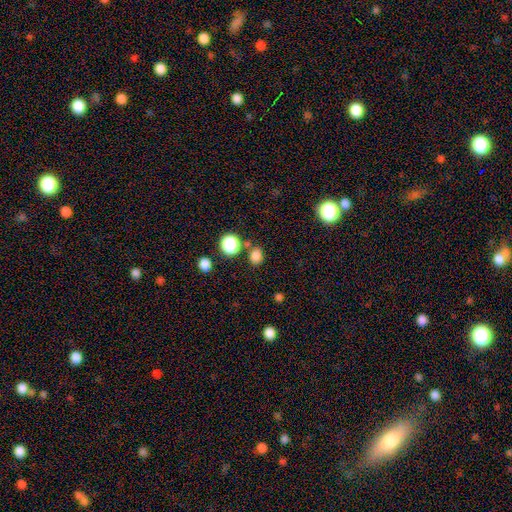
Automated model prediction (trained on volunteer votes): A smooth galaxy with no disk features (81%) that is round (53%).

Vote fractions:
- Smooth or featured? smooth: 81% / star or artifact: 15% / featured or disk: 4%
- How rounded? round: 53% / in between: 46% / cigar-shaped: 1%
- Merging? none: 78% / minor disturbance: 10% / merger: 9% / major disturbance: 3%